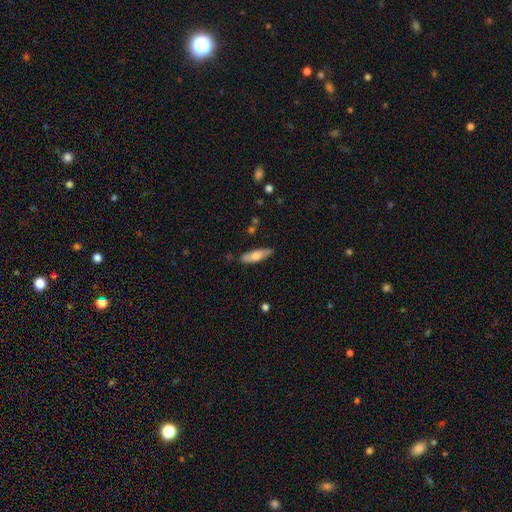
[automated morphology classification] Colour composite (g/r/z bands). It shows a smooth galaxy with no disk features (68%) that is cigar-shaped (55%). Merging: none (80%).